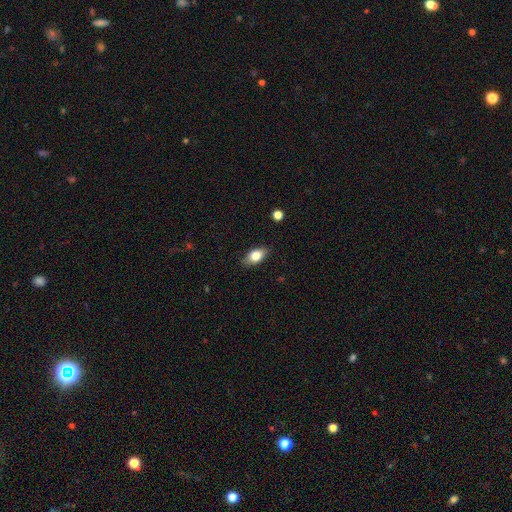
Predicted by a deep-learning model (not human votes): Smooth or featured: smooth — 79% (featured or disk — 13%)
How rounded: in between — 88% (round — 7%)
Merging: none — 84% (minor disturbance — 12%)